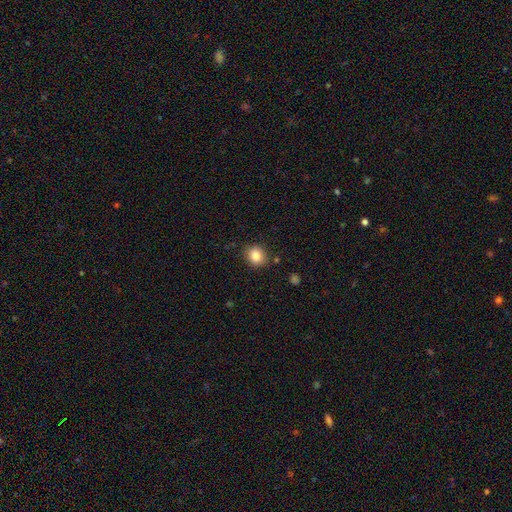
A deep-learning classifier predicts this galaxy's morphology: Q: Smooth or featured?
A: smooth (84%); runner-up: star or artifact (10%)
Q: How rounded?
A: round (70%); runner-up: in between (29%)
Q: Merging?
A: none (85%); runner-up: minor disturbance (10%)